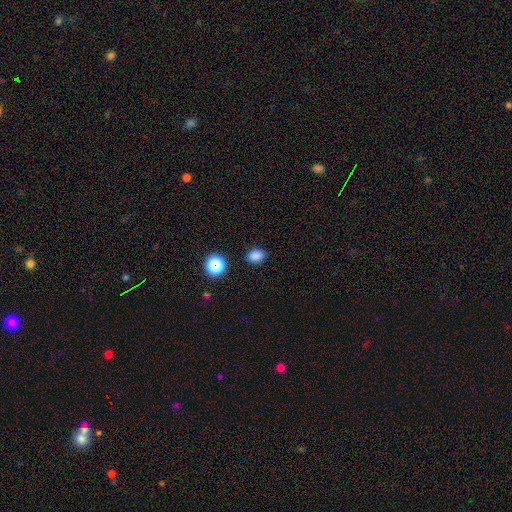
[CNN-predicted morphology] The model was most divided on "how rounded": in between: 65%, round: 34%, cigar-shaped: 1%. More confident: merging — none (87%); smooth or featured — smooth (83%).